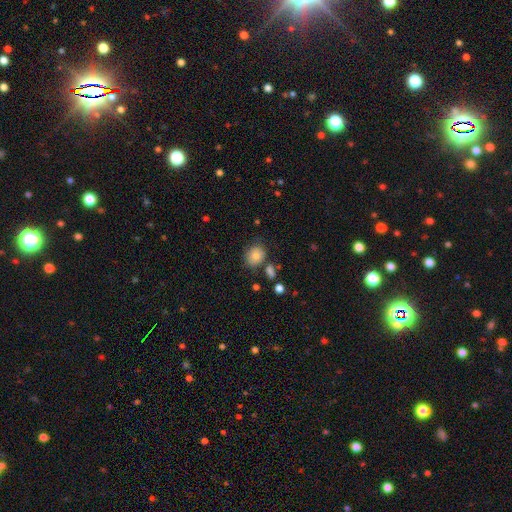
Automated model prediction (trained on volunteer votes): A smooth galaxy with no disk features (81%) that is round (58%). Merging: none (70%).